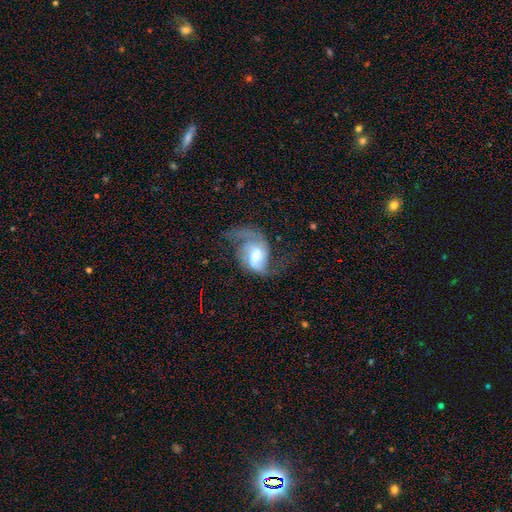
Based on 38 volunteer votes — Morphology: type=featured or disk (92%); edge-on=no (100%); bar=weak (69%); spiral arms=yes (97%); winding=medium (50%); arm count=2 (85%); bulge=moderate (80%); merging=none (59%).